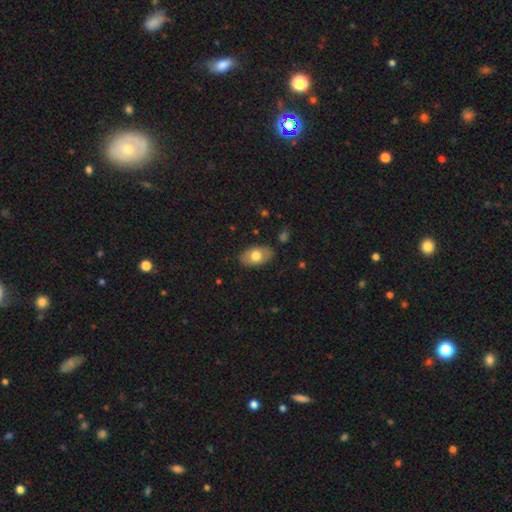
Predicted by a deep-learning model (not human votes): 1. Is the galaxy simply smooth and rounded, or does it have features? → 69% smooth, 24% featured or disk, 6% star or artifact.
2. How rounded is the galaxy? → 92% in between, 6% round, 2% cigar-shaped.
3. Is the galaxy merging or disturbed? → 83% none, 13% minor disturbance, 3% major disturbance, 1% merger.